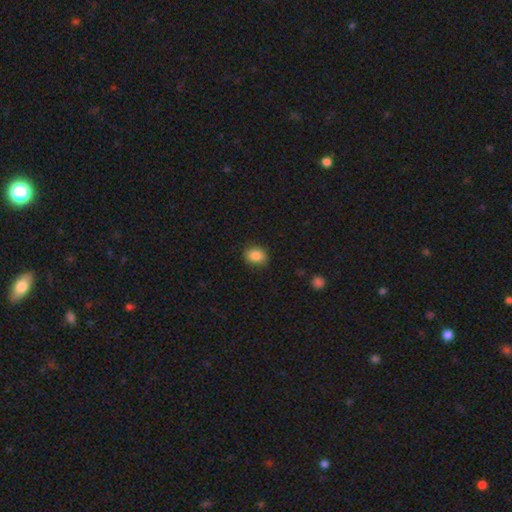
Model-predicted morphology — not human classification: smooth 86%, star or artifact 9%, featured or disk 5%. Down the decision tree: how rounded — in between (50%); merging — none (86%).